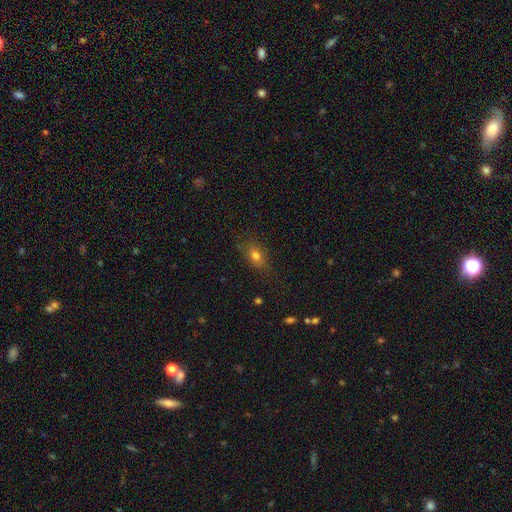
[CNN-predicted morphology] Overall: smooth (75%). How rounded: in between (76%). Merging: none (77%).